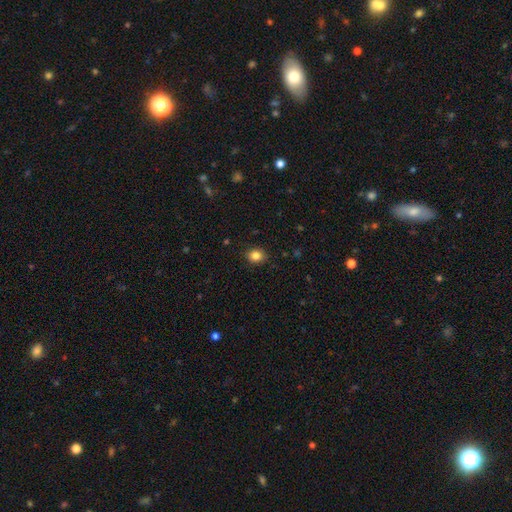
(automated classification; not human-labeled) smooth_or_featured: smooth (p=0.84) [alt: star or artifact p=0.11]
how_rounded: round (p=0.68) [alt: in between p=0.31]
merging: none (p=0.88) [alt: minor disturbance p=0.09]